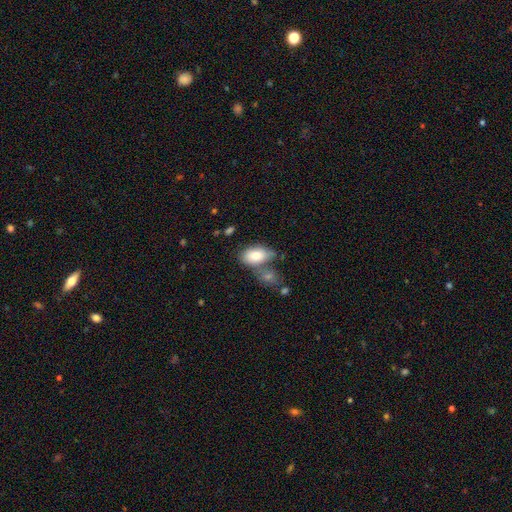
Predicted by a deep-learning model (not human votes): Smooth or featured: smooth — 80% (featured or disk — 13%)
How rounded: in between — 91% (round — 7%)
Merging: none — 46% (merger — 29%)